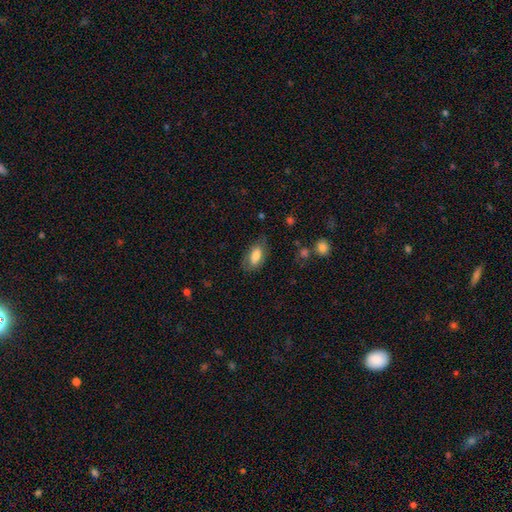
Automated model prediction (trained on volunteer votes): Smooth or featured? Predicted: smooth (p=0.75). How rounded? Predicted: in between (p=0.90). Merging? Predicted: none (p=0.70).